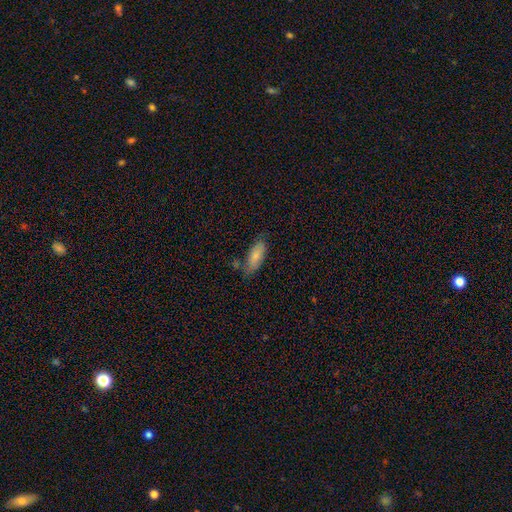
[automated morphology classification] Smooth or featured? smooth (81%)
How rounded? in between (73%)
Merging? none (68%)